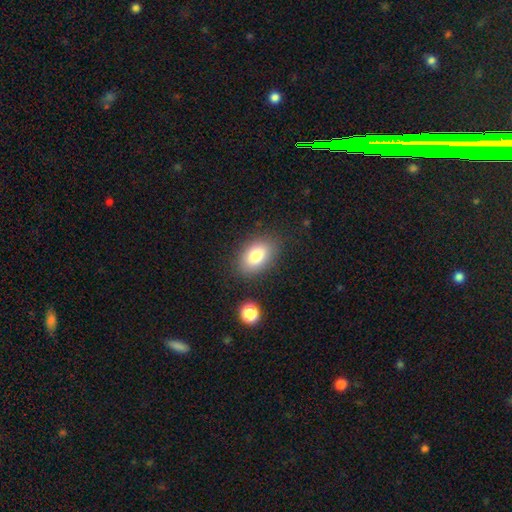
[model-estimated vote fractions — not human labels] The model was most divided on "smooth or featured": smooth: 81%, featured or disk: 10%, star or artifact: 9%. More confident: how rounded — in between (87%); merging — none (83%).